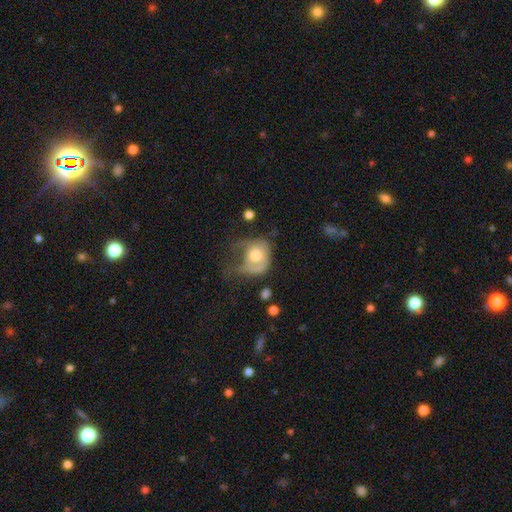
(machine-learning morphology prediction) Smooth or featured? Predicted: smooth (p=0.53). How rounded? Predicted: round (p=0.51). Merging? Predicted: major disturbance (p=0.53).